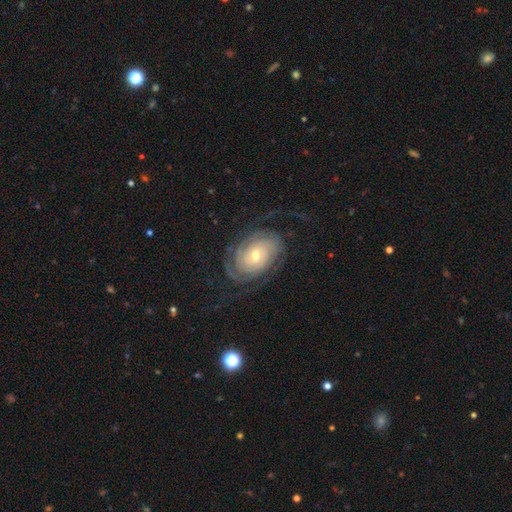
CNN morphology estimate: type=featured or disk (88%); edge-on=no (96%); bar=no (67%); spiral arms=yes (97%); winding=tight (77%); arm count=2 (35%); bulge=moderate (51%); merging=none (74%).